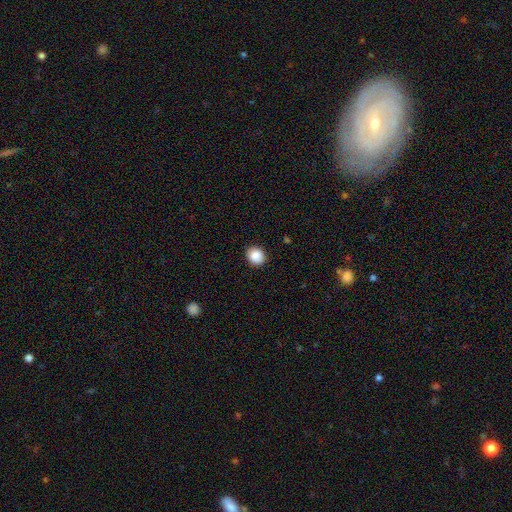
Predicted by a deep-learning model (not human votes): Overall: smooth (88%). How rounded: round (81%). Merging: none (91%).